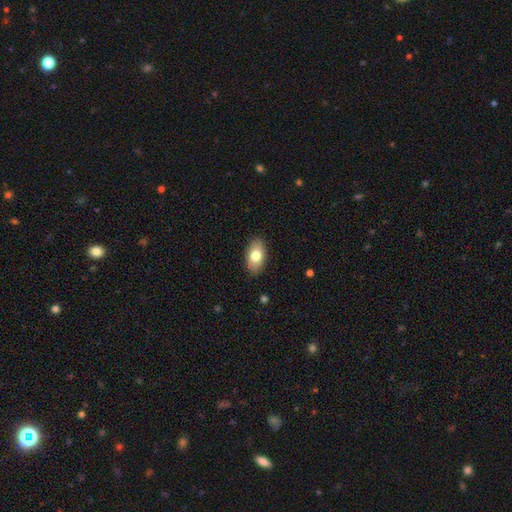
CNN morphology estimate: A smooth galaxy with no disk features (78%) that is in between round and cigar-shaped (93%). Merging: none (88%).